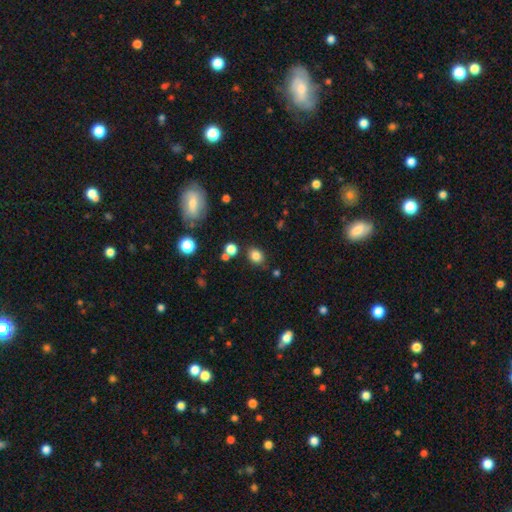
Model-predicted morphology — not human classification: A smooth galaxy with no disk features (82%) that is round (55%). Merging: none (79%).